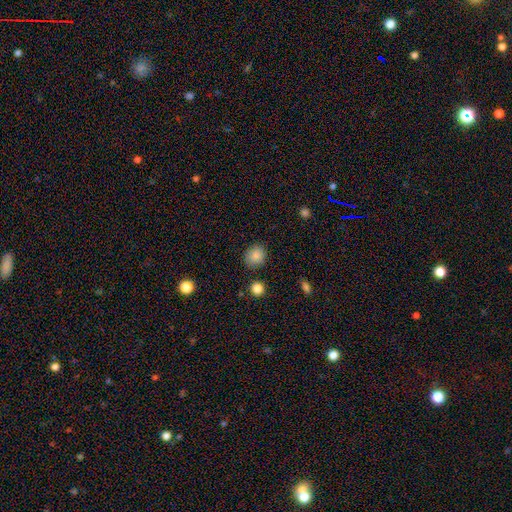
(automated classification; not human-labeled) The model was most divided on "how rounded": round: 74%, in between: 25%, cigar-shaped: 1%. More confident: smooth or featured — smooth (85%); merging — none (85%).